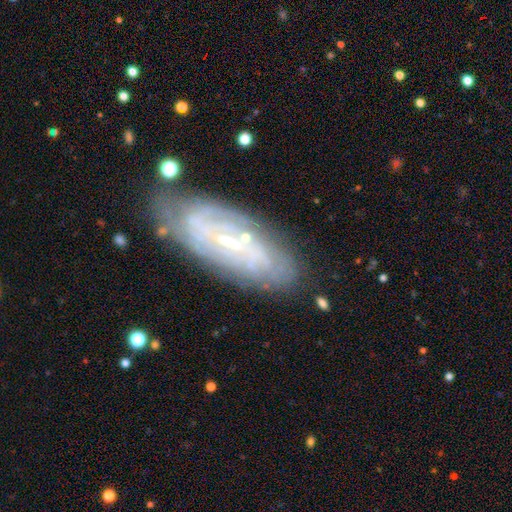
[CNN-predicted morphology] Smooth or featured? Predicted: featured or disk (p=0.67). Edge-on disk? Predicted: no (p=0.83). Bar? Predicted: no (p=0.35). Spiral arms? Predicted: yes (p=0.60). Bulge size? Predicted: small (p=0.45). Merging? Predicted: none (p=0.72).